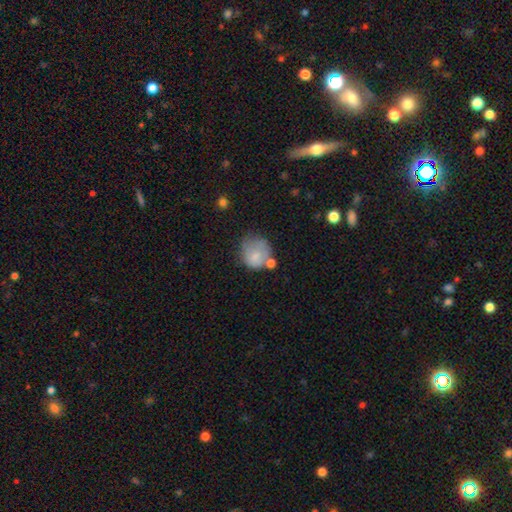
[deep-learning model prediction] Morphology: type=smooth (73%); roundness=round (76%); merging=none (43%).